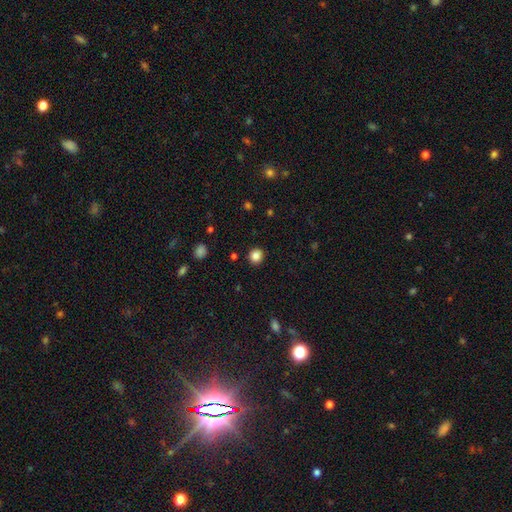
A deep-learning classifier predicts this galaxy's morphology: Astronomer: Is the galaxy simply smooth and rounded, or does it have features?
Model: smooth — 84%.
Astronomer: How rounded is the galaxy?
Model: round — 89%.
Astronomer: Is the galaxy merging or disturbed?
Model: none — 91%.